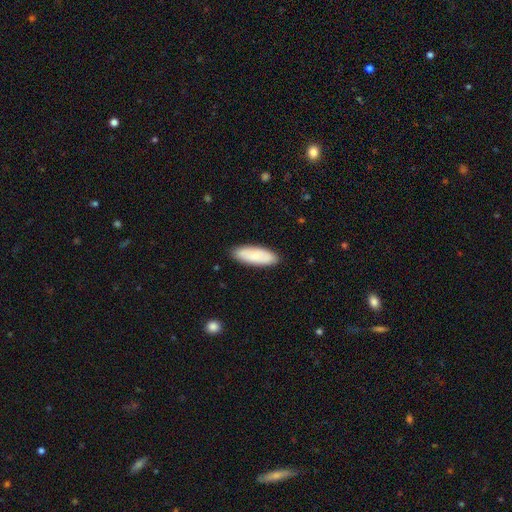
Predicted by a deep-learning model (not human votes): smooth-or-featured: smooth: 80% | featured or disk: 14% | star or artifact: 6%
  how-rounded: in between: 64% | cigar-shaped: 34% | round: 2%
  merging: none: 87% | minor disturbance: 10% | major disturbance: 2% | merger: 1%